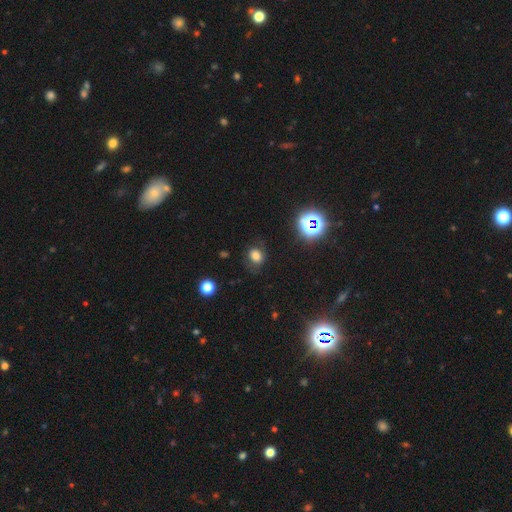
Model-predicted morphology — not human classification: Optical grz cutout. It shows a smooth galaxy with no disk features (69%) that is round (56%). Merging: none (70%).